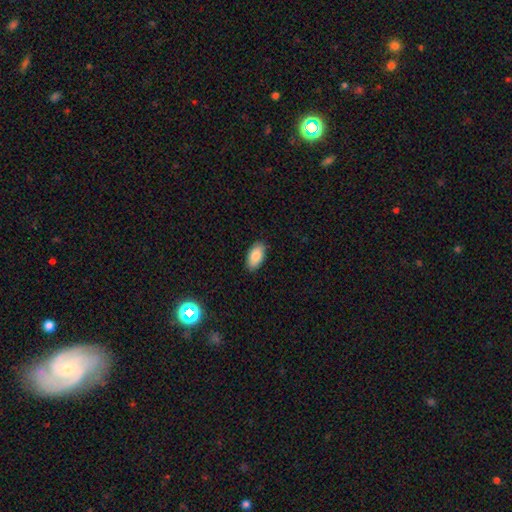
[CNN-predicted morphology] Smooth or featured? Predicted: smooth (p=0.86). How rounded? Predicted: in between (p=0.95). Merging? Predicted: none (p=0.89).